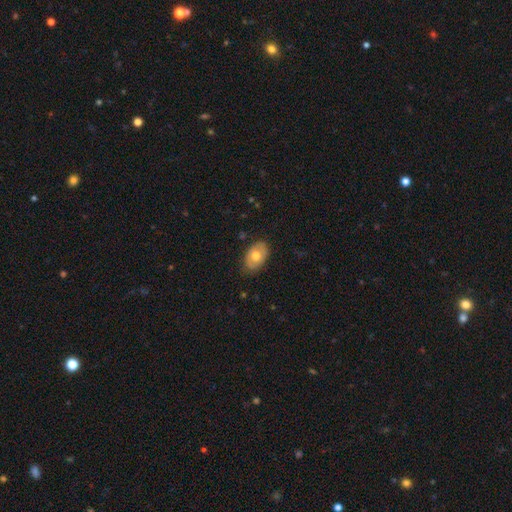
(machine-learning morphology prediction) smooth 64%, featured or disk 29%, star or artifact 7%. Down the decision tree: how rounded — in between (87%); merging — none (80%).